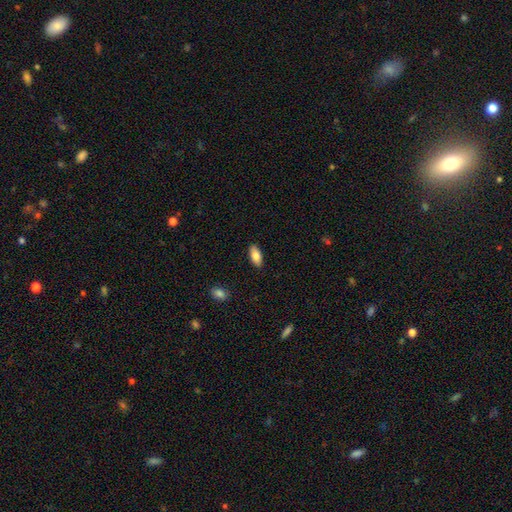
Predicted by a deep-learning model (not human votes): Morphology: type=smooth (82%); roundness=in between (89%); merging=none (89%).